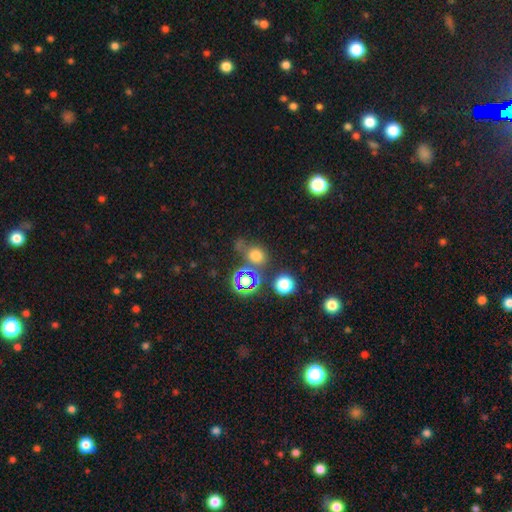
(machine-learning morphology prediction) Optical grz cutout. It shows a smooth galaxy with no disk features (65%) that is round (70%). Merging: none (58%).